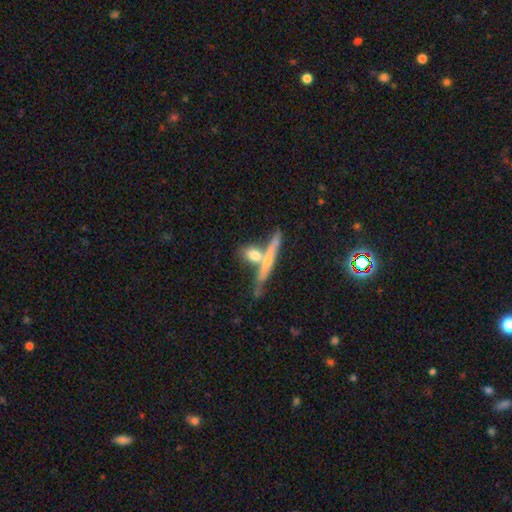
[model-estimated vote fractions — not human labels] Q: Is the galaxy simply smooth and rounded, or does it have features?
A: smooth — 55%.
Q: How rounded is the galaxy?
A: cigar-shaped — 59%.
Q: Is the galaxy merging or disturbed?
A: none — 51%.